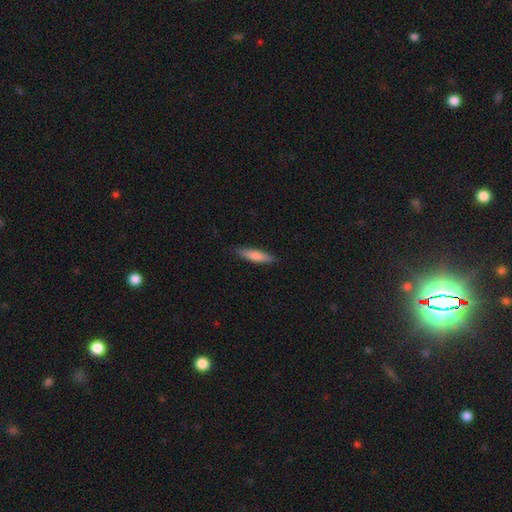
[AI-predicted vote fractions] Smooth or featured? smooth (75%)
How rounded? cigar-shaped (78%)
Merging? none (87%)